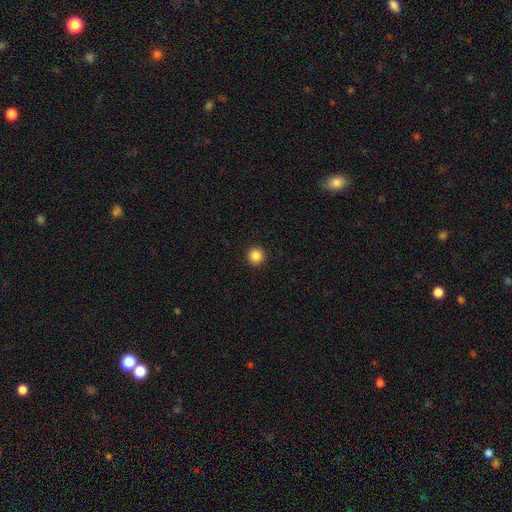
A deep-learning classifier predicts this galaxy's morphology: A smooth galaxy with no disk features (86%) that is round (95%). Merging: none (93%).